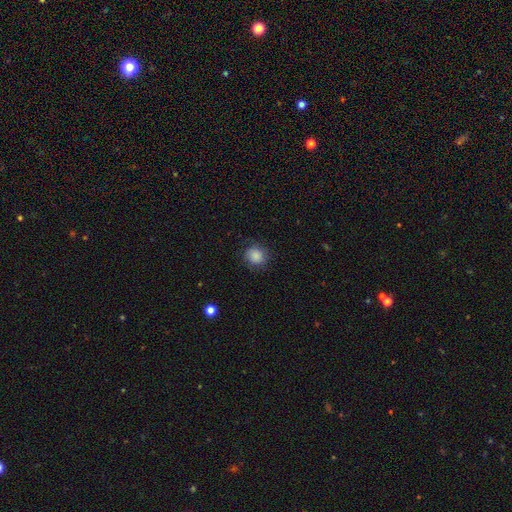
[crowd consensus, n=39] Overall: smooth (90%). How rounded: round (91%). Merging: none (83%).